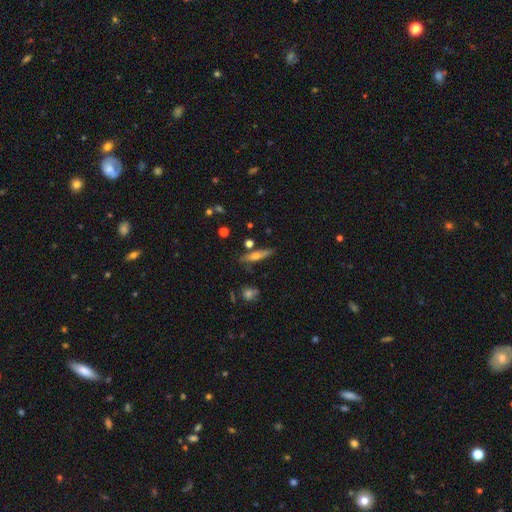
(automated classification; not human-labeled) smooth_or_featured: smooth (p=0.49) [alt: featured or disk p=0.42]
merging: none (p=0.76) [alt: minor disturbance p=0.14]